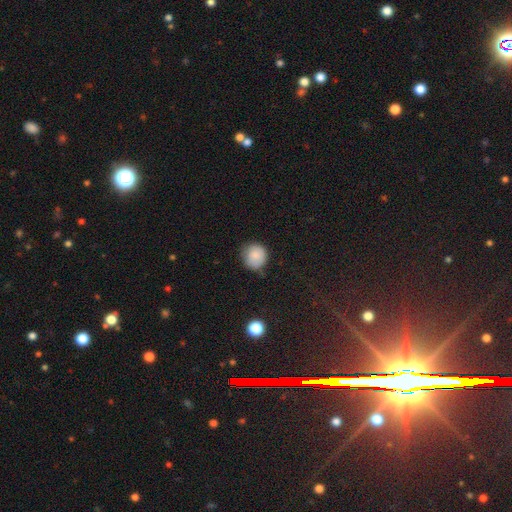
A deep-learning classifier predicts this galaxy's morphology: smooth-or-featured: smooth: 84% | star or artifact: 8% | featured or disk: 7%
  how-rounded: round: 88% | in between: 11% | cigar-shaped: 1%
  merging: none: 68% | minor disturbance: 26% | major disturbance: 4% | merger: 1%